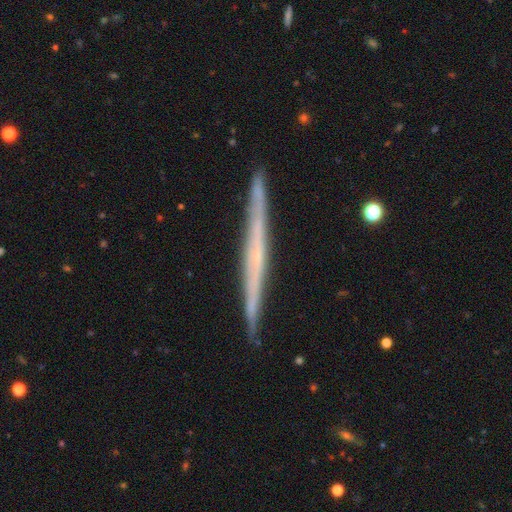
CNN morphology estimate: The model was most divided on "smooth or featured": featured or disk: 68%, smooth: 25%, star or artifact: 6%. More confident: edge-on disk — yes (98%); merging — none (90%); edge-on bulge — none (80%).